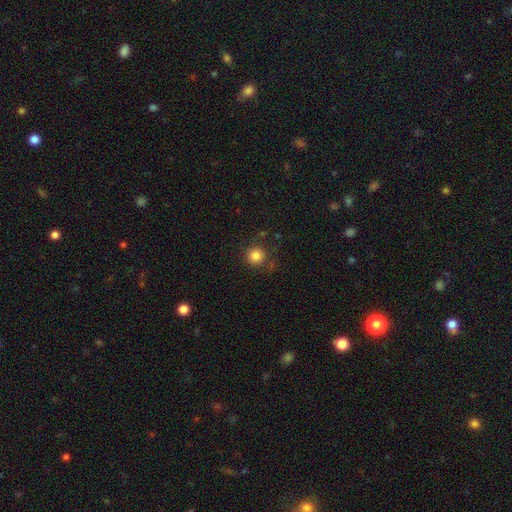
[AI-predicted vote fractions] Overall: smooth (83%). How rounded: round (93%). Merging: none (80%).